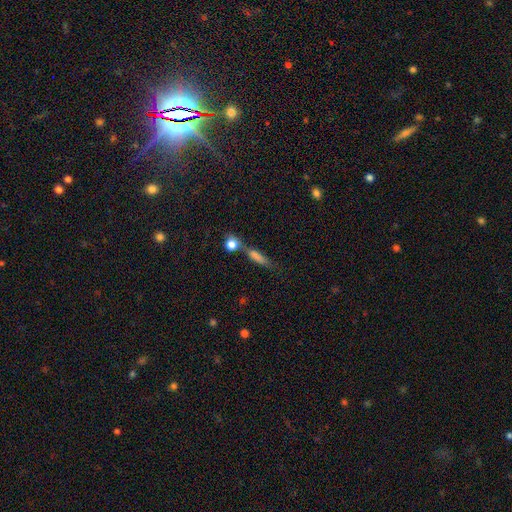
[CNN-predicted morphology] Smooth or featured: smooth — 60% (featured or disk — 24%)
How rounded: cigar-shaped — 69% (in between — 20%)
Merging: none — 61% (merger — 20%)